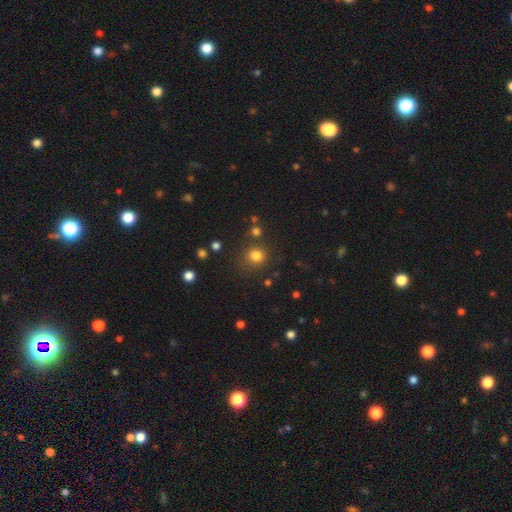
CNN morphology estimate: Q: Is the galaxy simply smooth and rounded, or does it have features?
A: smooth — 79%.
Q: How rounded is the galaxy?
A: round — 87%.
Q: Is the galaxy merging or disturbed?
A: none — 78%.